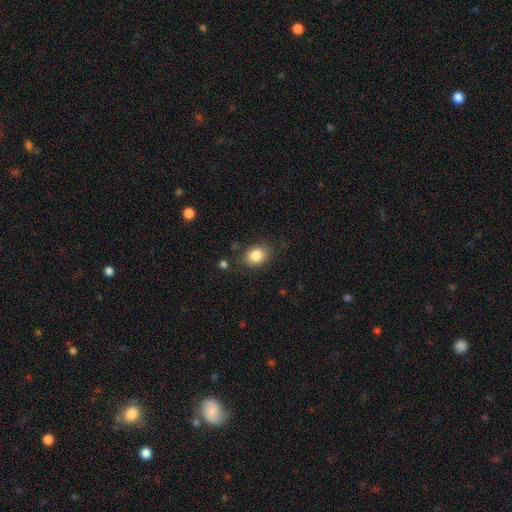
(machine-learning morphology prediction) smooth_or_featured: smooth (p=0.85) [alt: star or artifact p=0.09]
how_rounded: in between (p=0.58) [alt: round p=0.41]
merging: none (p=0.80) [alt: minor disturbance p=0.13]